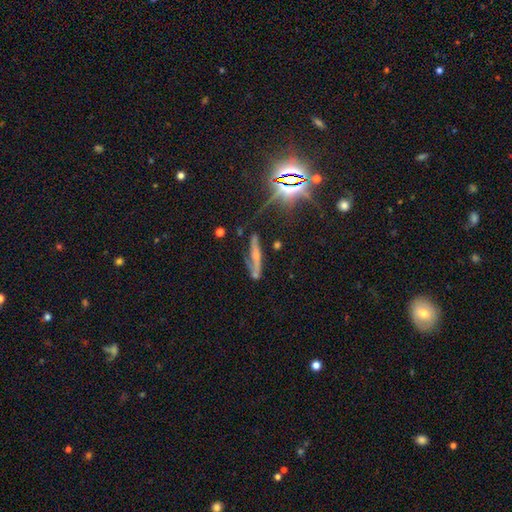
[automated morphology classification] smooth-or-featured: featured or disk: 44% | smooth: 35% | star or artifact: 20%
  merging: none: 51% | minor disturbance: 25% | major disturbance: 14% | merger: 10%